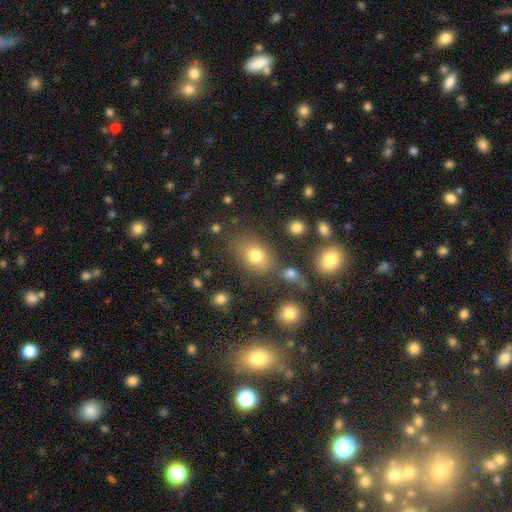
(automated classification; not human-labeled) Q: Smooth or featured?
A: smooth (76%); runner-up: star or artifact (13%)
Q: How rounded?
A: in between (68%); runner-up: round (30%)
Q: Merging?
A: none (69%); runner-up: minor disturbance (15%)